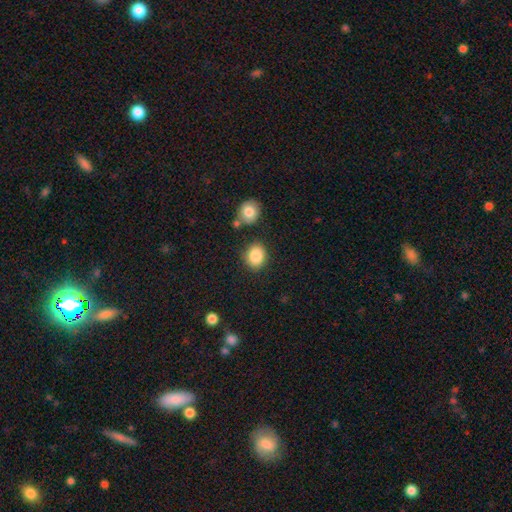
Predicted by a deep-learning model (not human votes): A smooth galaxy with no disk features (87%) that is round (62%).

Vote fractions:
- Smooth or featured? smooth: 87% / star or artifact: 8% / featured or disk: 5%
- How rounded? round: 62% / in between: 37% / cigar-shaped: 1%
- Merging? none: 79% / minor disturbance: 12% / merger: 6% / major disturbance: 3%